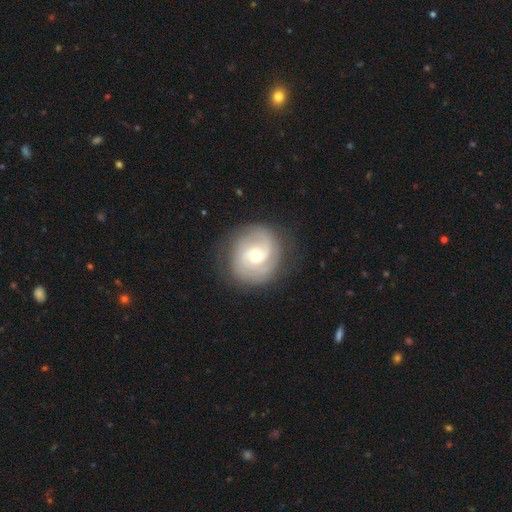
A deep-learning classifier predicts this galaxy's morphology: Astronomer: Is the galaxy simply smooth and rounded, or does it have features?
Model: featured or disk — 83%.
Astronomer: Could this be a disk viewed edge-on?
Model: no — 98%.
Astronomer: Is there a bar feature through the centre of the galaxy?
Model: no — 59% (runner-up: weak, 35%).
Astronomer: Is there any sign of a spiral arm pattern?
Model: yes — 96%.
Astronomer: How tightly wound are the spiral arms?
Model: tight — 60%.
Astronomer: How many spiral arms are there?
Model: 2 — 62%.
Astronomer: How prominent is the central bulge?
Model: moderate — 59% (runner-up: small, 36%).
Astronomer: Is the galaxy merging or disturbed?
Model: none — 82%.